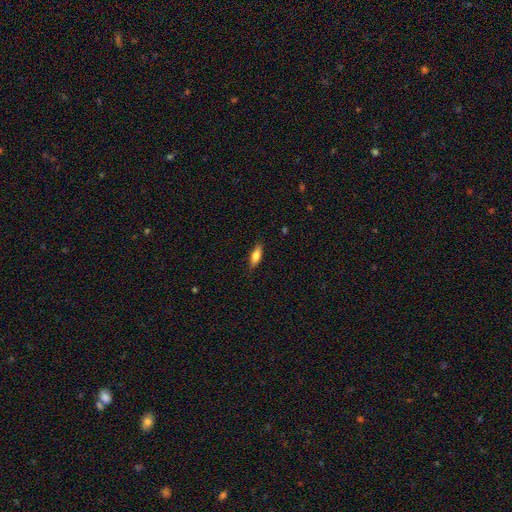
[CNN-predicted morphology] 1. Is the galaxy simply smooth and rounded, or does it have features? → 75% smooth, 19% featured or disk, 6% star or artifact.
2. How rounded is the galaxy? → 59% in between, 39% cigar-shaped, 2% round.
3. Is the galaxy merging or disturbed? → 83% none, 13% minor disturbance, 2% major disturbance, 1% merger.